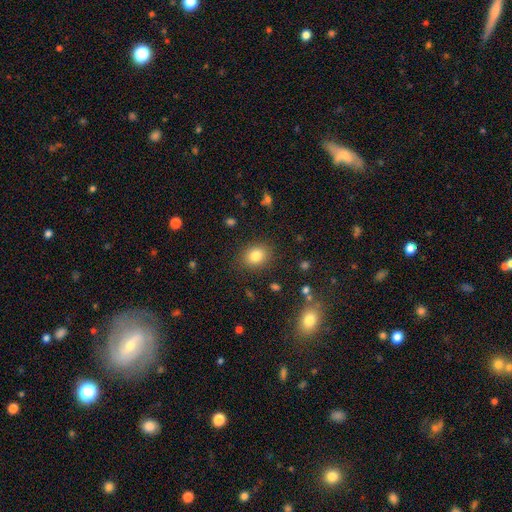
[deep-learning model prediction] A smooth galaxy with no disk features (81%) that is round (52%).

Vote fractions:
- Smooth or featured? smooth: 81% / star or artifact: 11% / featured or disk: 7%
- How rounded? round: 52% / in between: 47% / cigar-shaped: 1%
- Merging? none: 86% / minor disturbance: 9% / major disturbance: 3% / merger: 2%